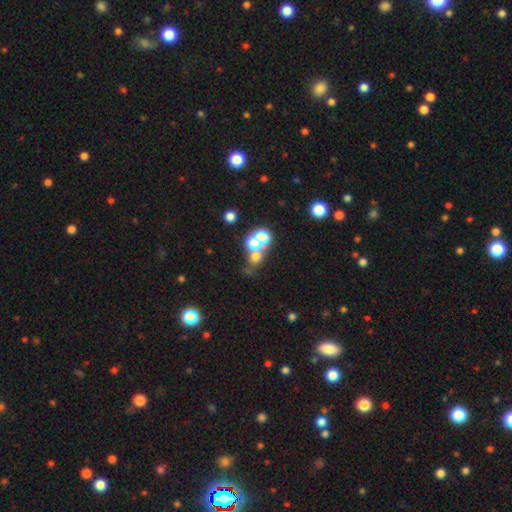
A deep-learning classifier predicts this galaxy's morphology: Overall: smooth (54%; star or artifact 26%). How rounded: round (74%). Merging: merger (48%; none 38%).